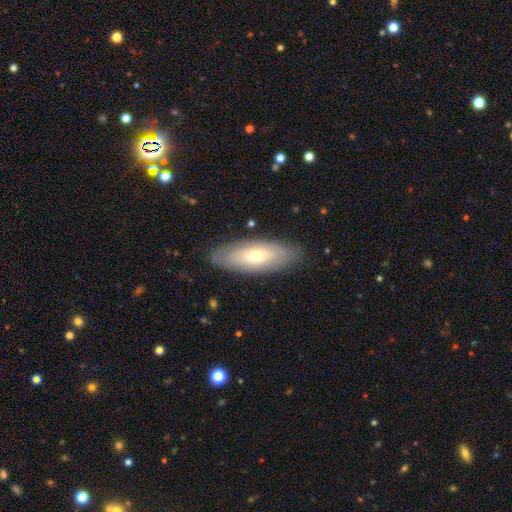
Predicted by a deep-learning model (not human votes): Morphology: type=smooth (57%); roundness=in between (75%); merging=none (84%).